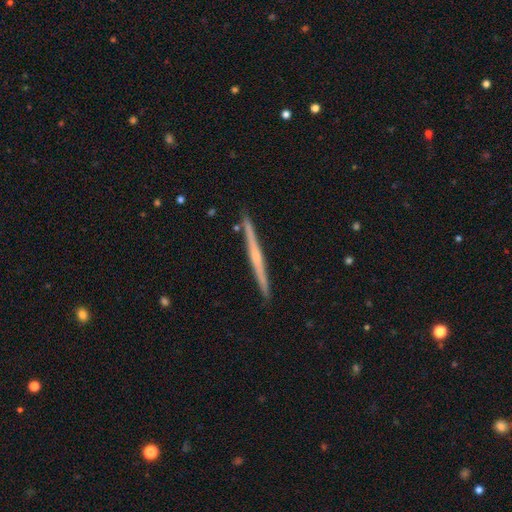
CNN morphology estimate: Q: Smooth or featured?
A: featured or disk (70%); runner-up: smooth (24%)
Q: Edge-on disk?
A: yes (98%); runner-up: no (2%)
Q: Edge-on bulge?
A: none (47%); runner-up: rounded (45%)
Q: Merging?
A: none (91%); runner-up: minor disturbance (6%)